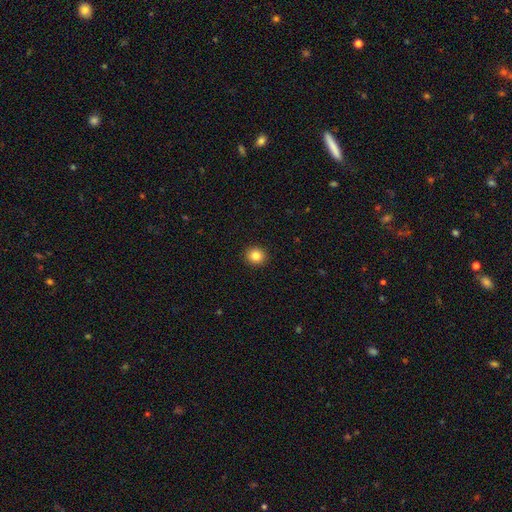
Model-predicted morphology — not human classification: smooth 84%, star or artifact 11%, featured or disk 5%. Down the decision tree: how rounded — round (88%); merging — none (93%).